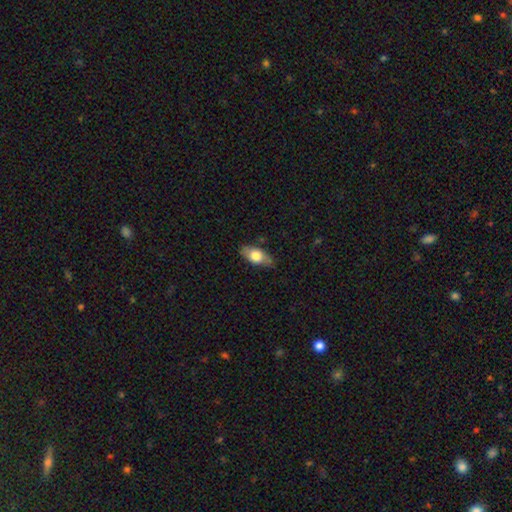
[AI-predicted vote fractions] Smooth or featured?
  - smooth: 66% *
  - featured or disk: 28%
  - star or artifact: 6%
How rounded?
  - in between: 86% *
  - cigar-shaped: 8%
  - round: 6%
Merging?
  - none: 80% *
  - minor disturbance: 16%
  - major disturbance: 3%
  - merger: 1%